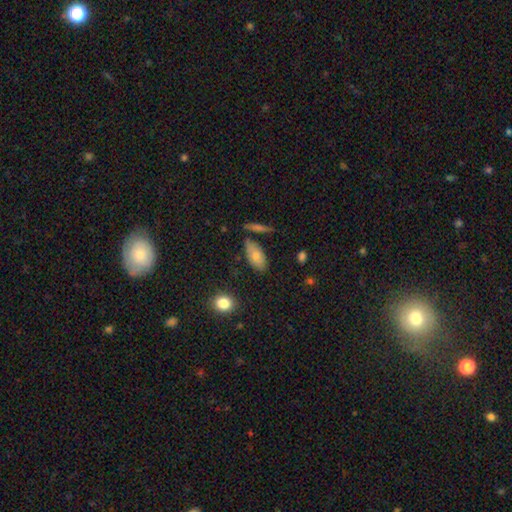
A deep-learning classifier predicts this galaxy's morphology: Overall: smooth (76%). How rounded: in between (89%). Merging: none (71%).